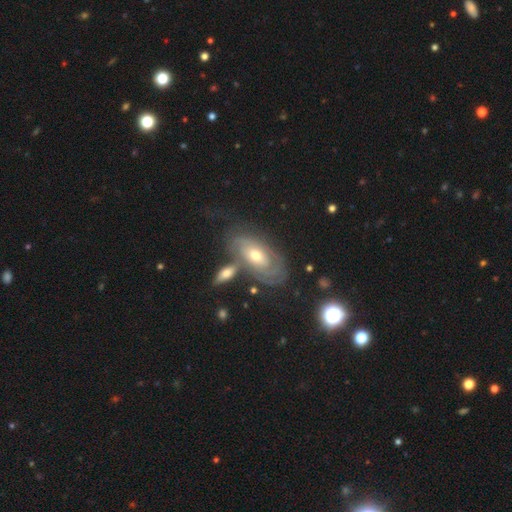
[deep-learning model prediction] Smooth or featured?
  - featured or disk: 78% *
  - smooth: 16%
  - star or artifact: 7%
Edge-on disk?
  - no: 91% *
  - yes: 9%
Bar?
  - no: 69% *
  - weak: 25%
  - strong: 6%
Spiral arms?
  - yes: 87% *
  - no: 13%
Spiral winding?
  - tight: 76% *
  - medium: 18%
  - loose: 6%
Spiral arm count?
  - can't tell: 51% *
  - 2: 27%
  - 3: 9%
  - 1: 5%
  - 4: 4%
  - more than 4: 3%
Bulge size?
  - moderate: 65% *
  - small: 28%
  - large: 5%
  - none: 1%
  - dominant: 1%
Merging?
  - none: 63% *
  - minor disturbance: 17%
  - merger: 11%
  - major disturbance: 9%